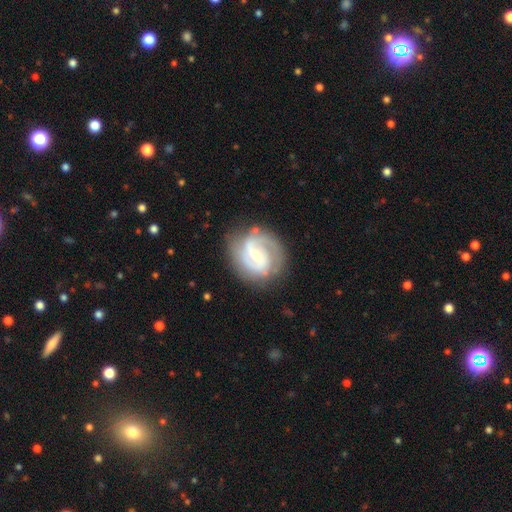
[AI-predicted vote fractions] This is clearly a featured or disk galaxy (85%). It is clearly not viewed edge-on (98%). Bar: possibly weak (53%). Spiral arm pattern: clearly yes (96%). Spiral arm count: likely 2 (75%). Spiral winding: possibly medium (45%). Central bulge: possibly small (56%). Merging: likely none (75%).